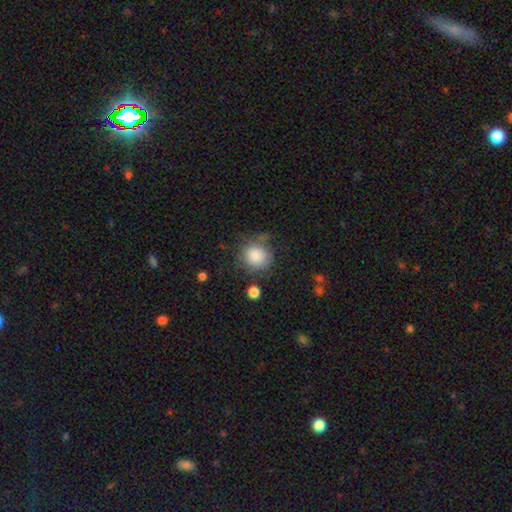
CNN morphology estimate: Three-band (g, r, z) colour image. It shows a smooth galaxy with no disk features (85%) that is round (88%). Merging: none (64%).